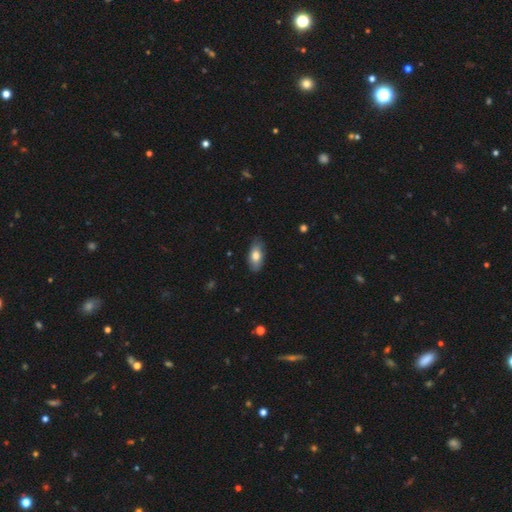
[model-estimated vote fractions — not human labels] smooth_or_featured: smooth (p=0.77) [alt: featured or disk p=0.17]
how_rounded: in between (p=0.89) [alt: cigar-shaped p=0.08]
merging: none (p=0.83) [alt: minor disturbance p=0.14]